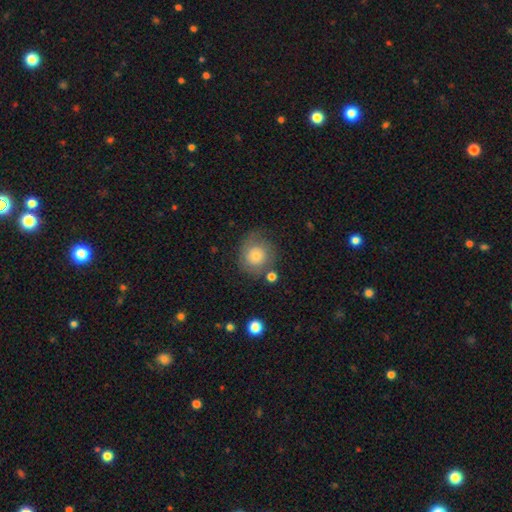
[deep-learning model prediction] Smooth or featured: smooth — 65% (featured or disk — 25%)
How rounded: round — 87% (in between — 12%)
Merging: none — 64% (minor disturbance — 20%)